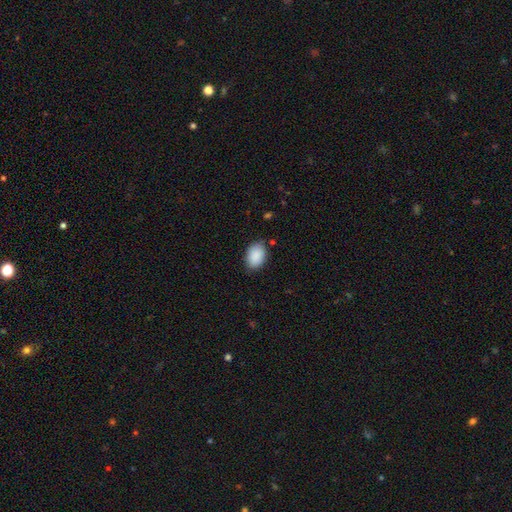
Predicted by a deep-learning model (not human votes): The model was most divided on "merging": none: 81%, minor disturbance: 15%, major disturbance: 3%, merger: 1%. More confident: smooth or featured — smooth (90%); how rounded — in between (86%).